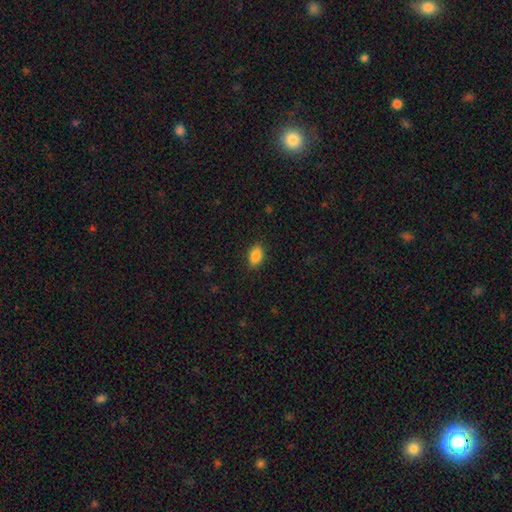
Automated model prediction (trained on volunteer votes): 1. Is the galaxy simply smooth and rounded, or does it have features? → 87% smooth, 8% star or artifact, 5% featured or disk.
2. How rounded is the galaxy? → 89% in between, 8% round, 3% cigar-shaped.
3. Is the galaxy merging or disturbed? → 87% none, 9% minor disturbance, 2% major disturbance, 1% merger.